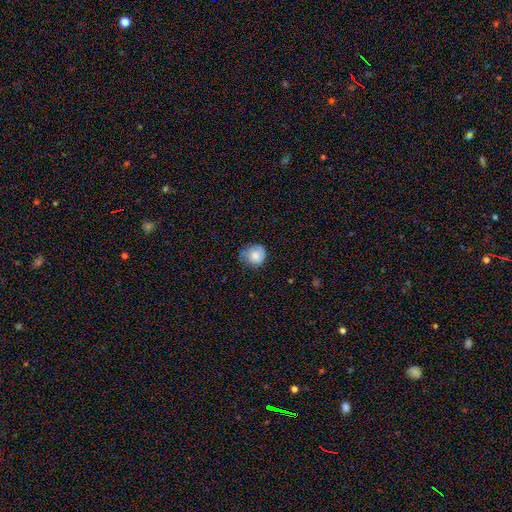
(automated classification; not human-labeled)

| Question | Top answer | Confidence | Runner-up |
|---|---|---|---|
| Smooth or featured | smooth | 79% | featured or disk (13%) |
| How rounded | round | 78% | in between (21%) |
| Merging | none | 52% | minor disturbance (36%) |